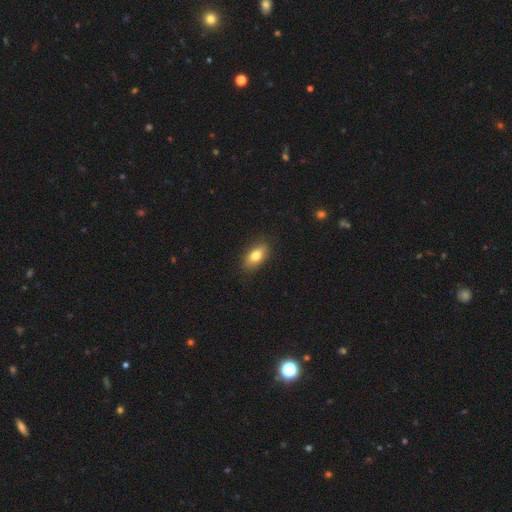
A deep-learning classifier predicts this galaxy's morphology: smooth-or-featured: smooth: 78% | featured or disk: 14% | star or artifact: 7%
  how-rounded: in between: 87% | cigar-shaped: 7% | round: 6%
  merging: none: 87% | minor disturbance: 10% | major disturbance: 2% | merger: 1%